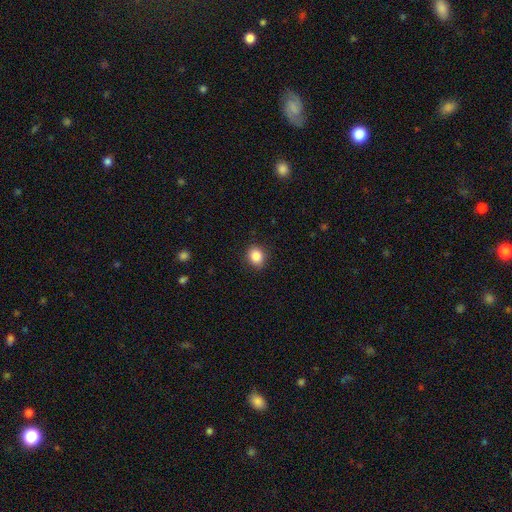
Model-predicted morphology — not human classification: Smooth or featured: smooth — 85% (star or artifact — 10%)
How rounded: round — 65% (in between — 34%)
Merging: none — 89% (minor disturbance — 8%)